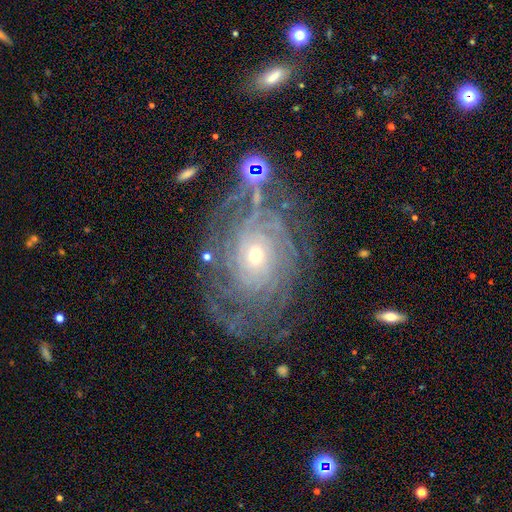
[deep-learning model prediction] Smooth or featured? Predicted: featured or disk (p=0.88). Edge-on disk? Predicted: no (p=0.97). Bar? Predicted: no (p=0.75). Spiral arms? Predicted: yes (p=0.97). Spiral winding? Predicted: tight (p=0.78). Spiral arm count? Predicted: more than 4 (p=0.29). Bulge size? Predicted: small (p=0.64). Merging? Predicted: none (p=0.70).